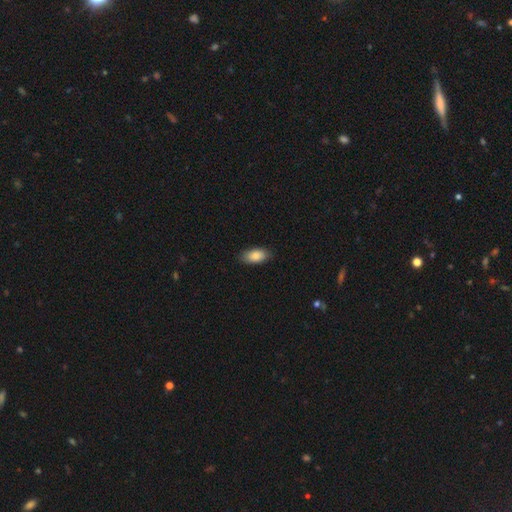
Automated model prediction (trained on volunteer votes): Smooth or featured: smooth — 86% (featured or disk — 7%)
How rounded: in between — 91% (cigar-shaped — 6%)
Merging: none — 86% (minor disturbance — 11%)